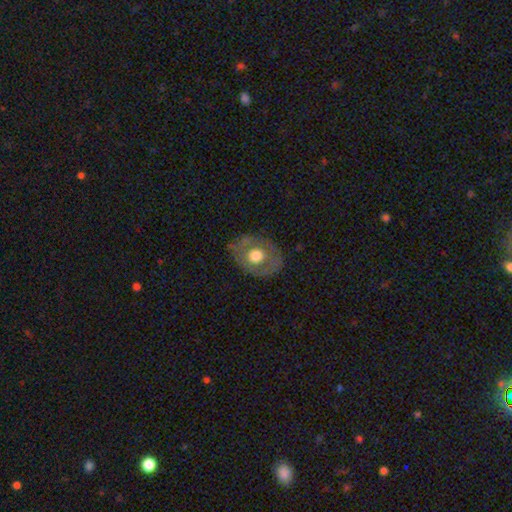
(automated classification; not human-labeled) Smooth or featured?
  - smooth: 50% *
  - featured or disk: 44%
  - star or artifact: 7%
Merging?
  - none: 76% *
  - minor disturbance: 16%
  - major disturbance: 7%
  - merger: 1%